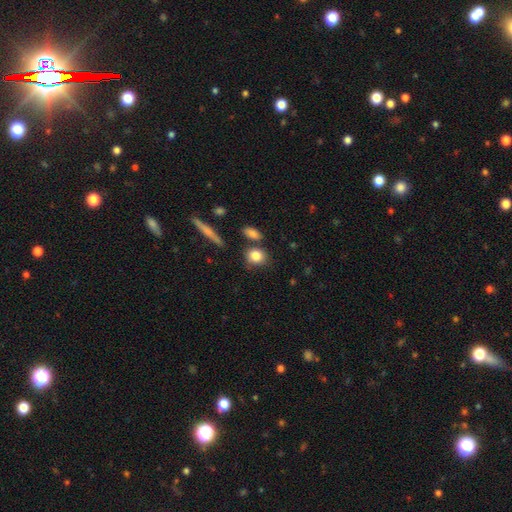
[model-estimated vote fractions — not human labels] Smooth or featured? Predicted: smooth (p=0.82). How rounded? Predicted: round (p=0.66). Merging? Predicted: none (p=0.73).